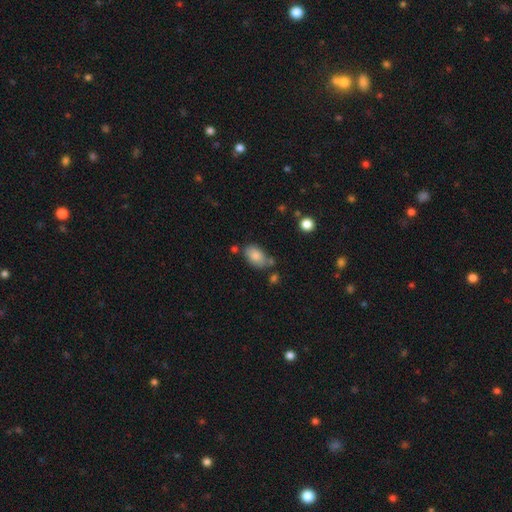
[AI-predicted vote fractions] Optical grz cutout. It shows a smooth galaxy with no disk features (84%) that is in between round and cigar-shaped (91%). Merging: none (63%).